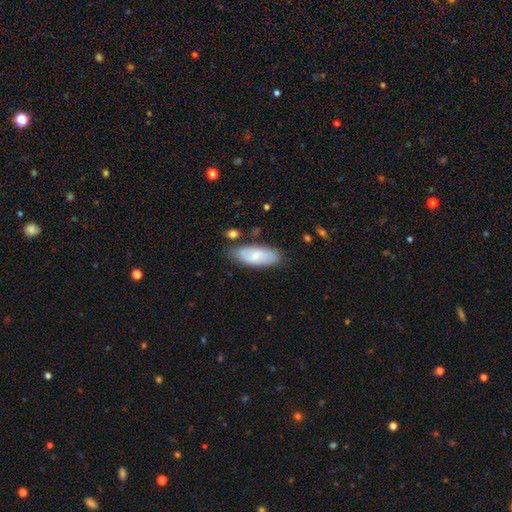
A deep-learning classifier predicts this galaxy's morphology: Smooth or featured? Predicted: smooth (p=0.68). How rounded? Predicted: in between (p=0.80). Merging? Predicted: none (p=0.75).